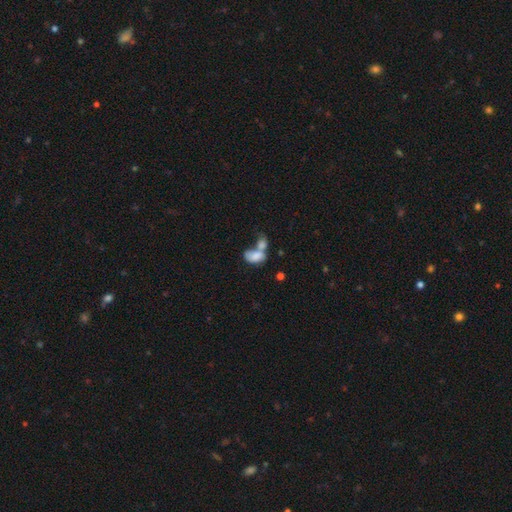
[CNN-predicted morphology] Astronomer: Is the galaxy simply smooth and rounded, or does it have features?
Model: smooth — 76%.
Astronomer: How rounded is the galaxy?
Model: in between — 89%.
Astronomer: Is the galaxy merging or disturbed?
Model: merger — 67%.